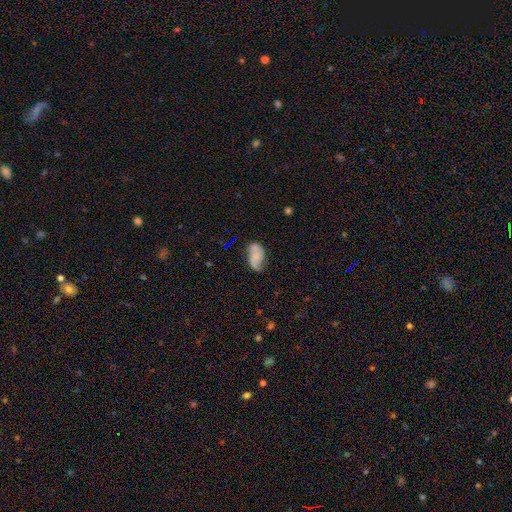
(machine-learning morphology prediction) Q: Smooth or featured?
A: featured or disk (49%); runner-up: smooth (41%)
Q: Merging?
A: none (52%); runner-up: minor disturbance (28%)